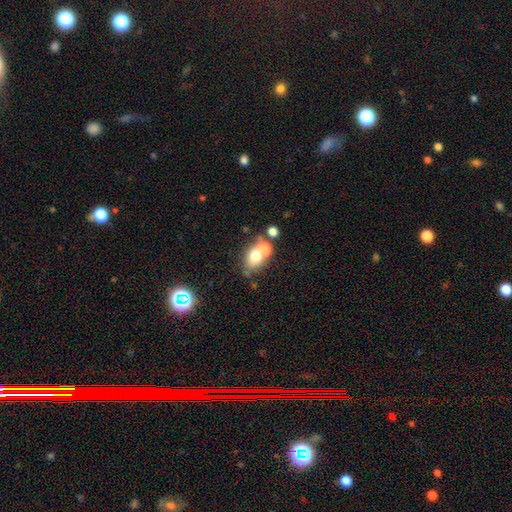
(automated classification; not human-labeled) Smooth or featured: smooth — 67% (featured or disk — 19%)
How rounded: in between — 55% (round — 44%)
Merging: merger — 46% (none — 39%)